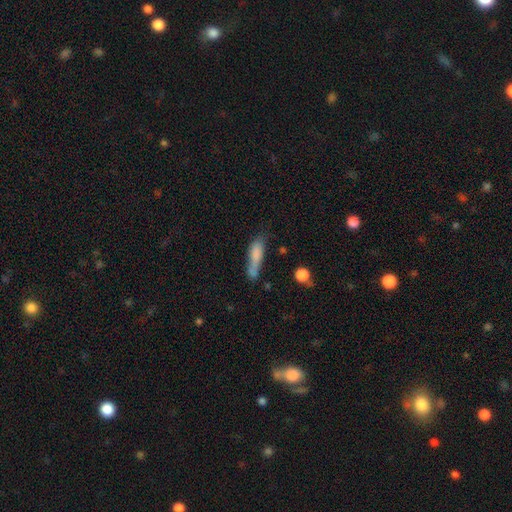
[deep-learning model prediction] smooth_or_featured: smooth (p=0.73) [alt: featured or disk p=0.18]
how_rounded: cigar-shaped (p=0.69) [alt: in between p=0.28]
merging: none (p=0.44) [alt: minor disturbance p=0.27]